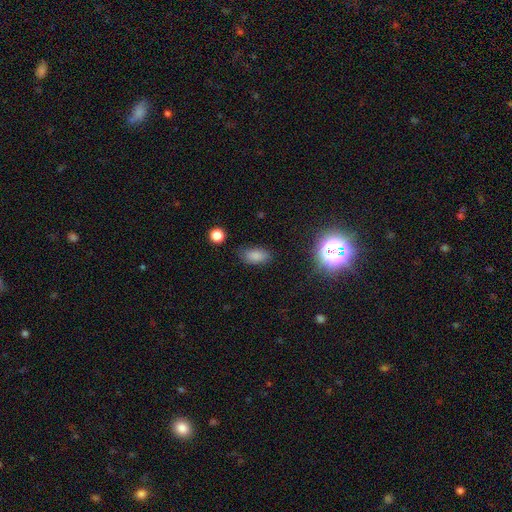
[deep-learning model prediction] smooth_or_featured: smooth (p=0.81) [alt: star or artifact p=0.13]
how_rounded: in between (p=0.90) [alt: round p=0.05]
merging: none (p=0.79) [alt: minor disturbance p=0.15]